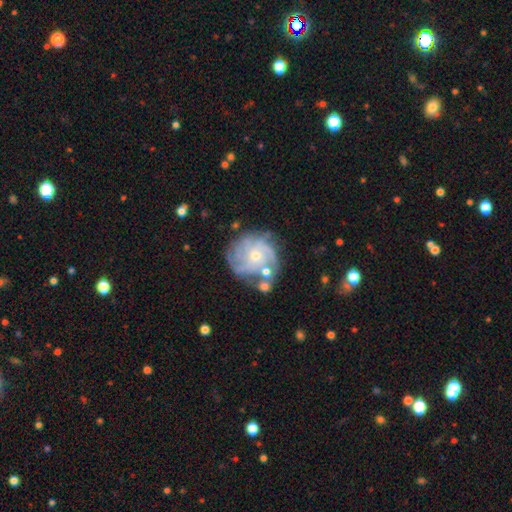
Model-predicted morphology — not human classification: featured or disk 83%, smooth 9%, star or artifact 7%. Down the decision tree: edge-on disk — no (98%); bar — no (78%); spiral arms — yes (94%); spiral arm count — can't tell (28%); spiral winding — tight (59%); bulge size — small (62%); merging — none (66%).